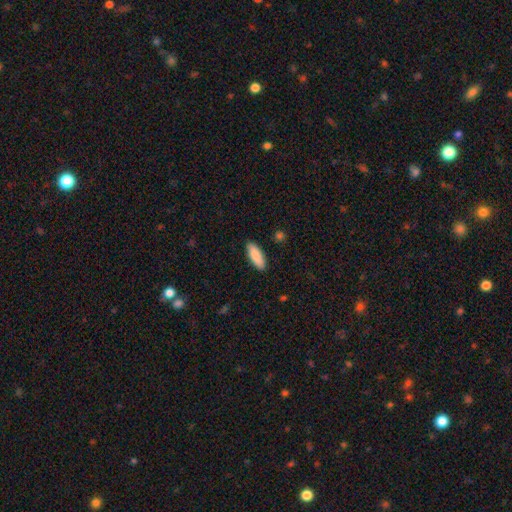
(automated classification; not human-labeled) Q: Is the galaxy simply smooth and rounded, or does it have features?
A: smooth — 87%.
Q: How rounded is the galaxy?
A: in between — 70%.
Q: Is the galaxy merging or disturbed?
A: none — 89%.